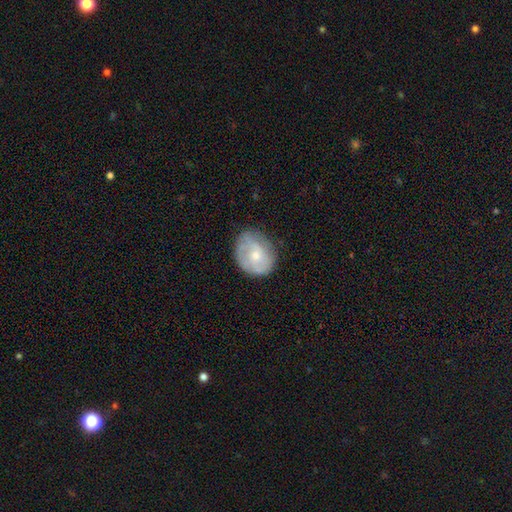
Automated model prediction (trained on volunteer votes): Q: Smooth or featured?
A: featured or disk (51%); runner-up: smooth (42%)
Q: Edge-on disk?
A: no (97%); runner-up: yes (3%)
Q: Merging?
A: none (68%); runner-up: minor disturbance (23%)